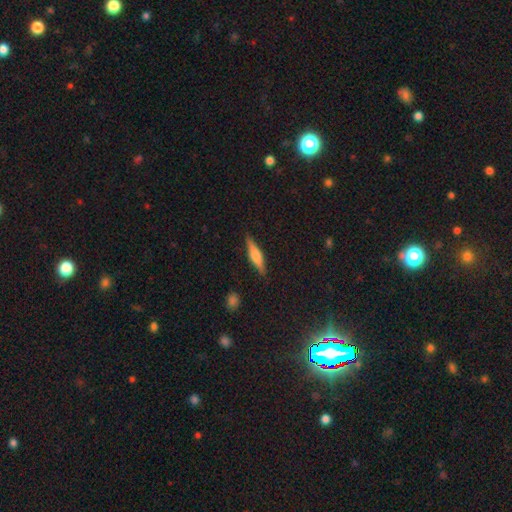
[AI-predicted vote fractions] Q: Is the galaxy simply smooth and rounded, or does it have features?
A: featured or disk — 47%.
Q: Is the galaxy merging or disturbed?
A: none — 87%.